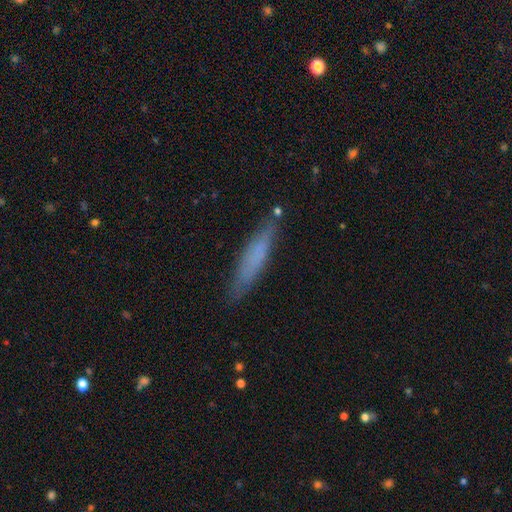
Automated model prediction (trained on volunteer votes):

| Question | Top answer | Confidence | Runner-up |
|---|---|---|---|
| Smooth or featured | smooth | 66% | featured or disk (26%) |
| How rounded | cigar-shaped | 89% | in between (10%) |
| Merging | none | 82% | minor disturbance (13%) |